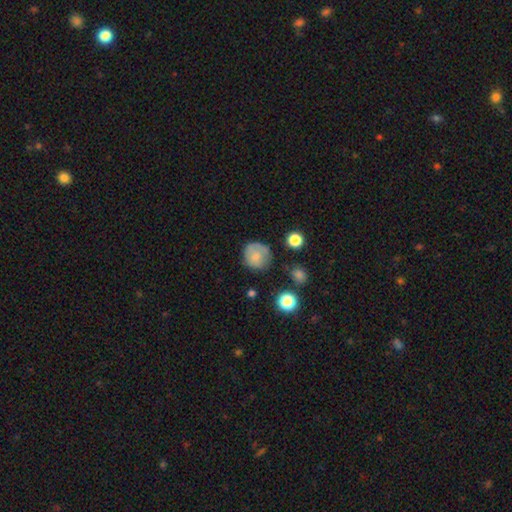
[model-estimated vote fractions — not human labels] smooth 69%, featured or disk 21%, star or artifact 10%. Down the decision tree: how rounded — round (87%); merging — none (64%).